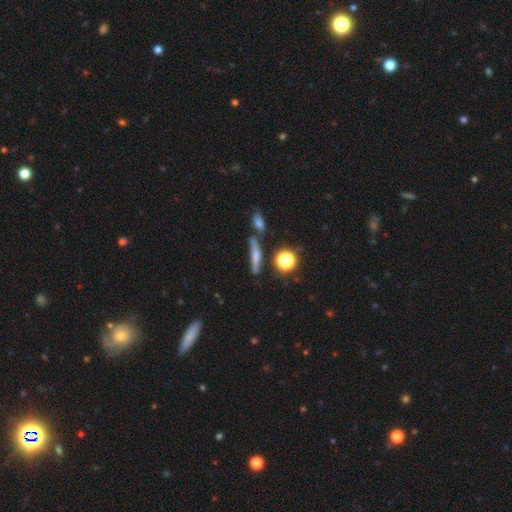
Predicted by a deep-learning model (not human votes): smooth 49%, featured or disk 35%, star or artifact 17%. Down the decision tree: merging — none (66%).